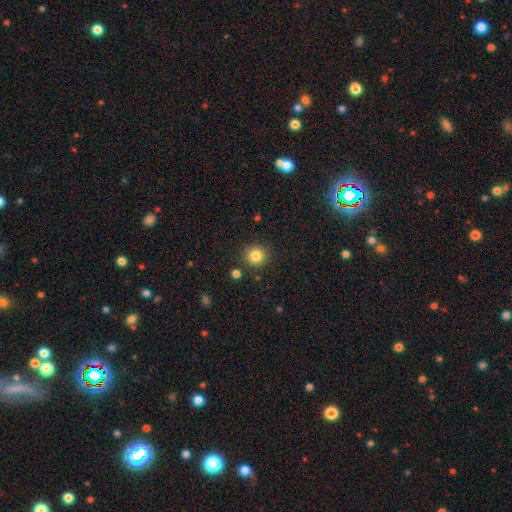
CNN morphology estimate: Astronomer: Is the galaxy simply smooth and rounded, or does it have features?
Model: smooth — 84%.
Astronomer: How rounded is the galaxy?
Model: round — 91%.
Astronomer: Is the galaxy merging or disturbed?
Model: none — 87%.